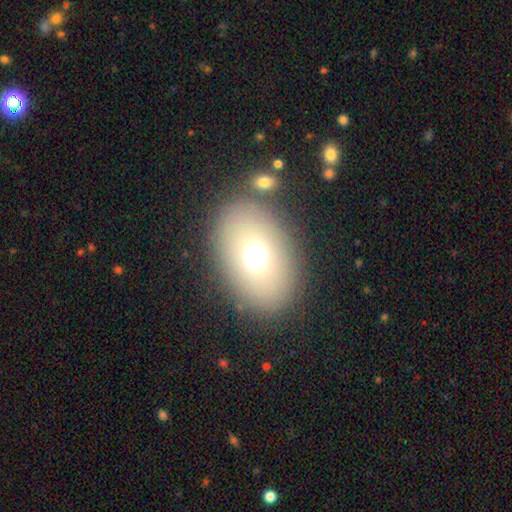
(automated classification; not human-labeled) A smooth galaxy with no disk features (68%) that is in between round and cigar-shaped (75%).

Vote fractions:
- Smooth or featured? smooth: 68% / featured or disk: 18% / star or artifact: 14%
- How rounded? in between: 75% / round: 24% / cigar-shaped: 1%
- Merging? none: 79% / minor disturbance: 9% / merger: 6% / major disturbance: 5%